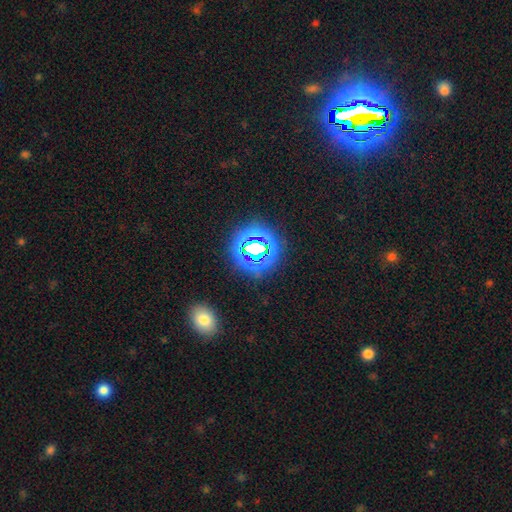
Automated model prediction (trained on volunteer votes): This appears to be a star or artifact, not a galaxy (69%).